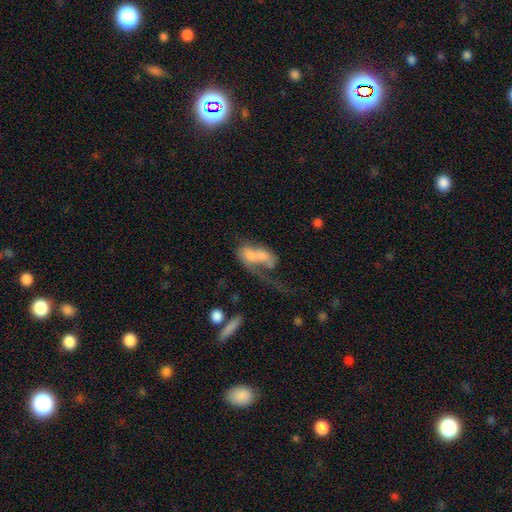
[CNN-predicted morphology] A smooth galaxy with no disk features (47%).

Vote fractions:
- Smooth or featured? smooth: 47% / featured or disk: 43% / star or artifact: 10%
- Merging? merger: 43% / major disturbance: 36% / none: 12% / minor disturbance: 9%